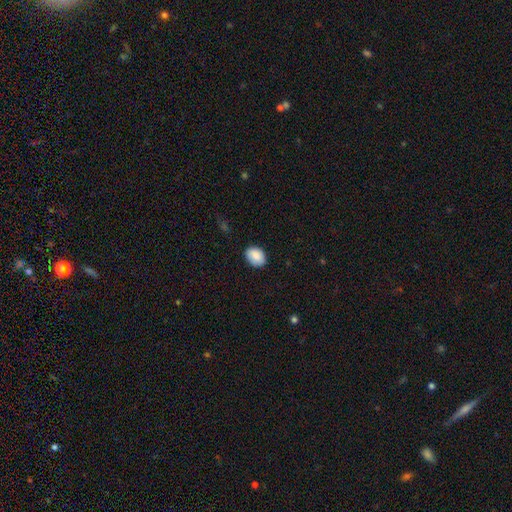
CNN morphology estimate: This is clearly a smooth galaxy (87%). How rounded: likely in between (71%). Merging: clearly none (86%).